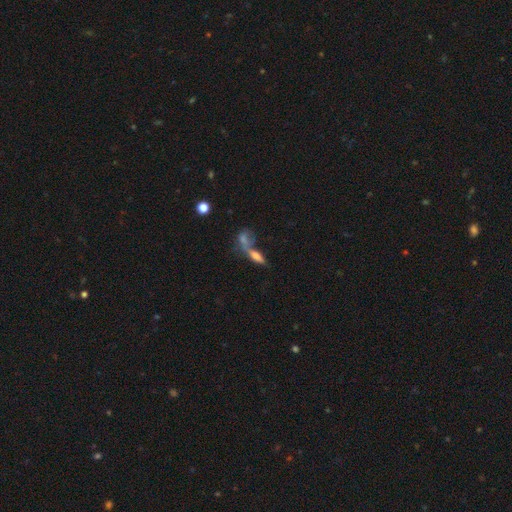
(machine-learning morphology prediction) Overall: smooth (59%; featured or disk 30%). How rounded: in between (48%; cigar-shaped 46%). Merging: merger (48%; none 32%).